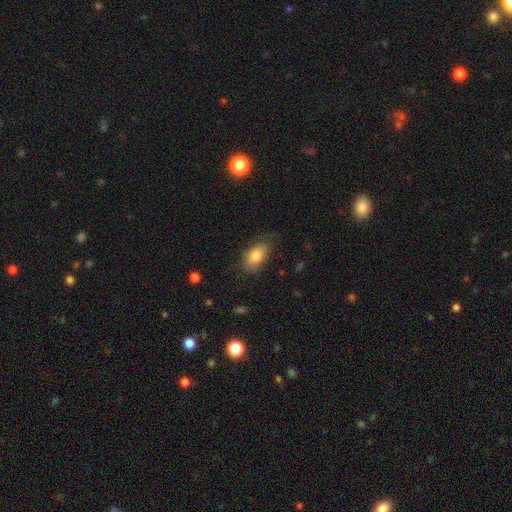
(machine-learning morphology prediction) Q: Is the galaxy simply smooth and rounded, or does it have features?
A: smooth — 81%.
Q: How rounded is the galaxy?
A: in between — 90%.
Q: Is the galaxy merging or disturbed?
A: none — 76%.